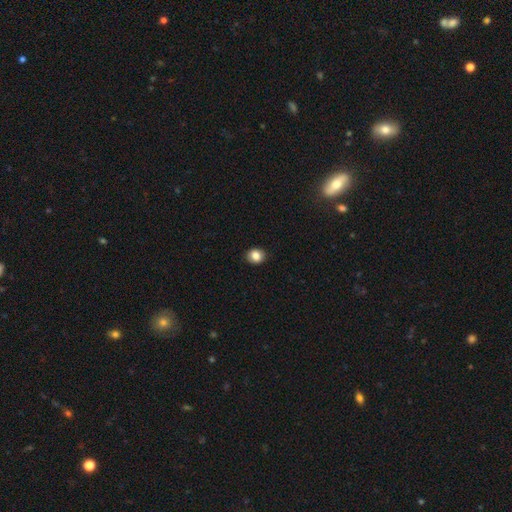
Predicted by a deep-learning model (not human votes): Smooth or featured: smooth — 85% (star or artifact — 9%)
How rounded: round — 65% (in between — 34%)
Merging: none — 89% (minor disturbance — 8%)